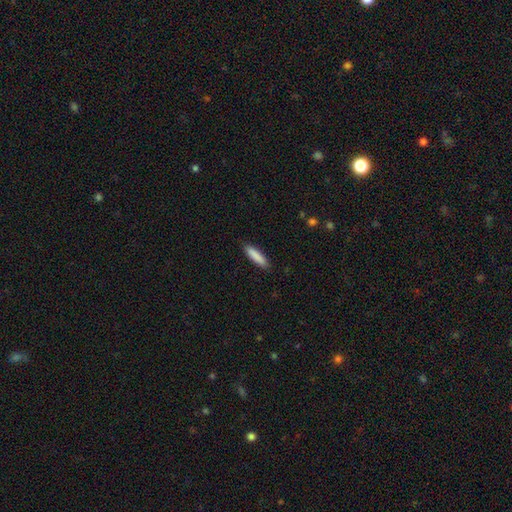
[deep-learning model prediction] The model was most divided on "how rounded": cigar-shaped: 79%, in between: 20%, round: 1%. More confident: merging — none (88%); smooth or featured — smooth (87%).